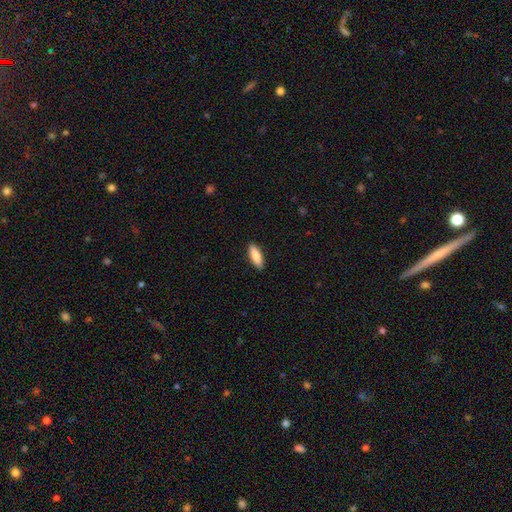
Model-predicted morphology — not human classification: smooth 83%, featured or disk 11%, star or artifact 6%. Down the decision tree: how rounded — in between (52%); merging — none (90%).